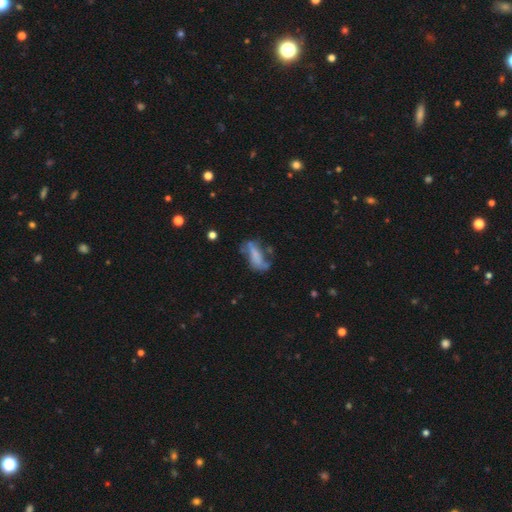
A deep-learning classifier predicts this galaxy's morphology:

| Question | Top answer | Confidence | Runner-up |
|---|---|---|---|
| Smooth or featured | smooth | 46% | featured or disk (43%) |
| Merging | none | 36% | major disturbance (28%) |